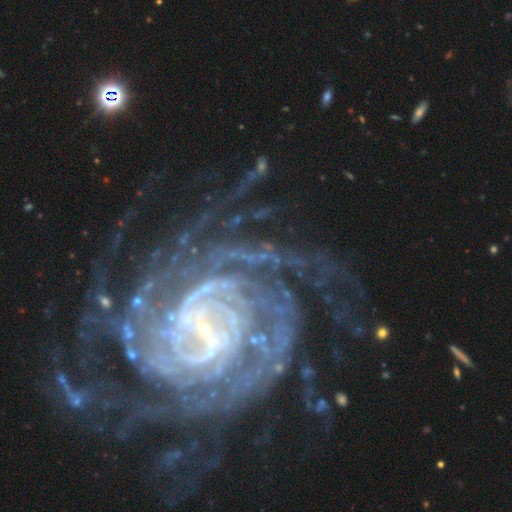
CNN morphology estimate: The model was most divided on "spiral arm count": can't tell: 23%, more than 4: 22%, 4: 17%, 2: 15%, 3: 13%, 1: 10%. Remaining: spiral arms — yes (98%); edge-on disk — no (98%); smooth or featured — featured or disk (90%); bulge size — small (78%); spiral winding — tight (73%); merging — none (67%); bar — weak (40%).